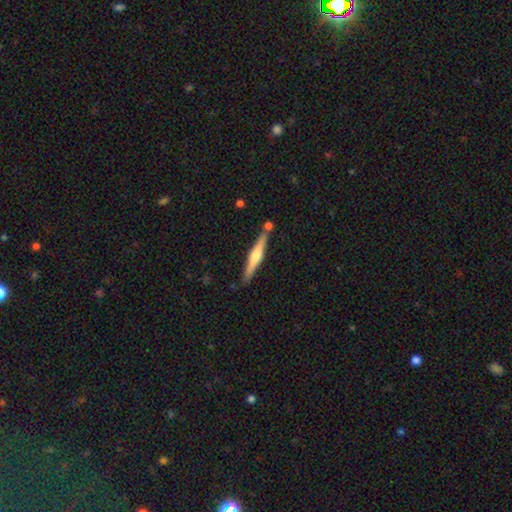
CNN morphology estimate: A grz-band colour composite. It shows a featured or disk galaxy (57%) viewed edge-on (97%) with a rounded central bulge (79%). Merging: none (81%).